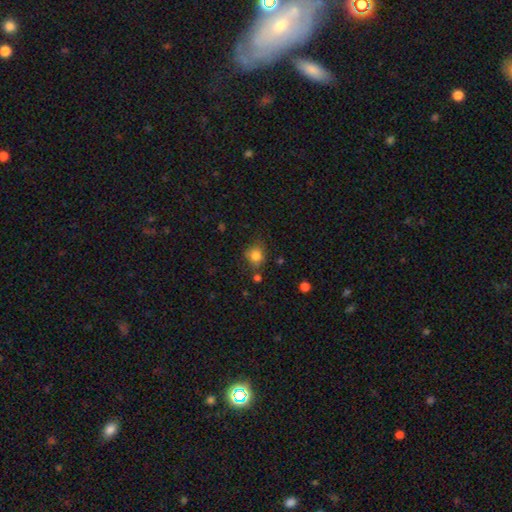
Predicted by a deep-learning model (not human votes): Smooth or featured: smooth — 82% (star or artifact — 11%)
How rounded: round — 76% (in between — 23%)
Merging: none — 69% (minor disturbance — 20%)